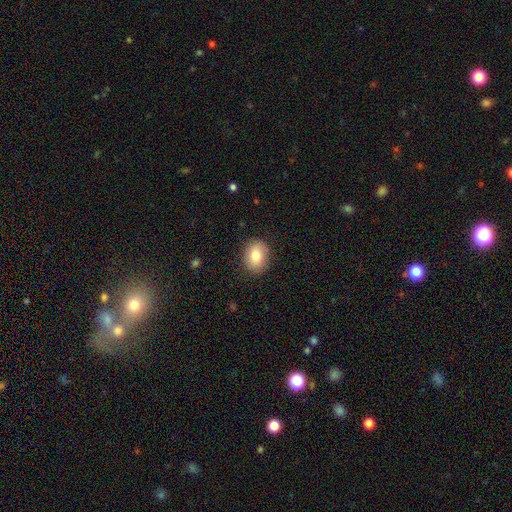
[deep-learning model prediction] Smooth or featured? Predicted: smooth (p=0.82). How rounded? Predicted: in between (p=0.59). Merging? Predicted: none (p=0.86).